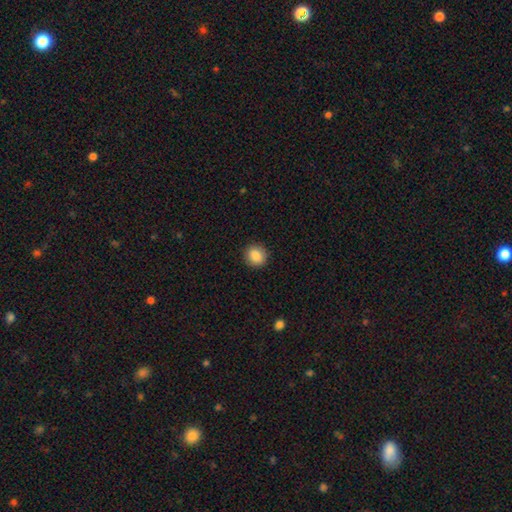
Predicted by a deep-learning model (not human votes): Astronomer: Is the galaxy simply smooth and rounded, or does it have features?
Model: smooth — 86%.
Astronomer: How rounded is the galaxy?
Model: round — 89%.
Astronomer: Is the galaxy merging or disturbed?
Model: none — 92%.